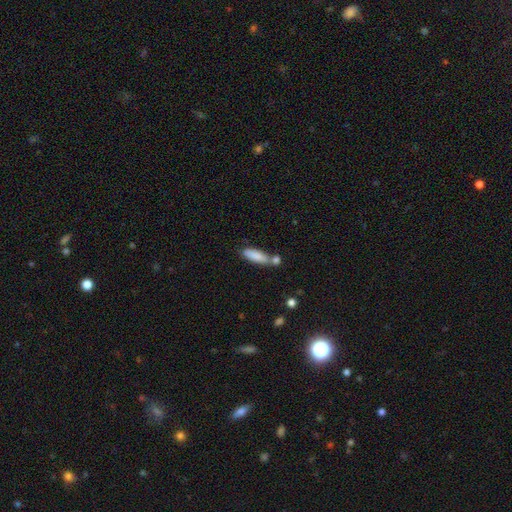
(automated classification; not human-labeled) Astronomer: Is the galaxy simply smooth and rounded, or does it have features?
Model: smooth — 82%.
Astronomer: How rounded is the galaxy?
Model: cigar-shaped — 53% (runner-up: in between, 46%).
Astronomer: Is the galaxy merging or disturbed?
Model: none — 49% (runner-up: merger, 32%).